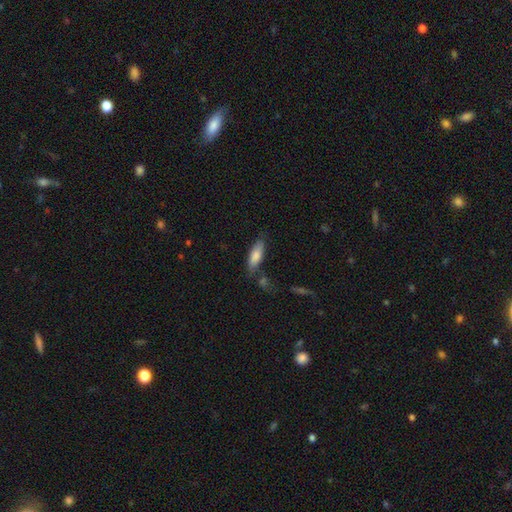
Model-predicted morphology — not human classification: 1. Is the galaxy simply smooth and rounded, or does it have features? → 79% smooth, 15% featured or disk, 6% star or artifact.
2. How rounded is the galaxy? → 60% in between, 38% cigar-shaped, 2% round.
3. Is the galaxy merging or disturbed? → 70% none, 18% minor disturbance, 8% merger, 4% major disturbance.